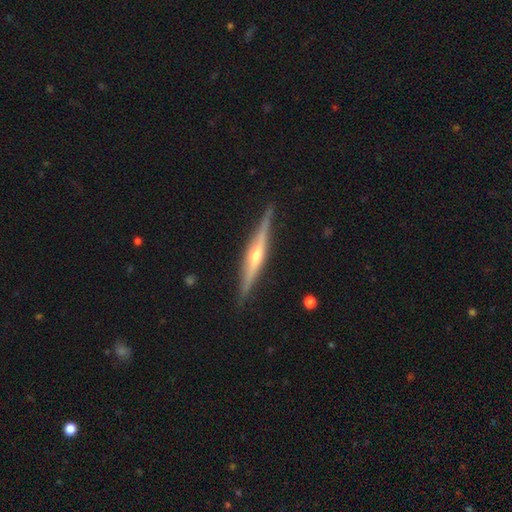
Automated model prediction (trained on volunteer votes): This appears to be a featured or disk galaxy (80%) viewed edge-on (98%) with a rounded central bulge (85%). Merging: none (89%).